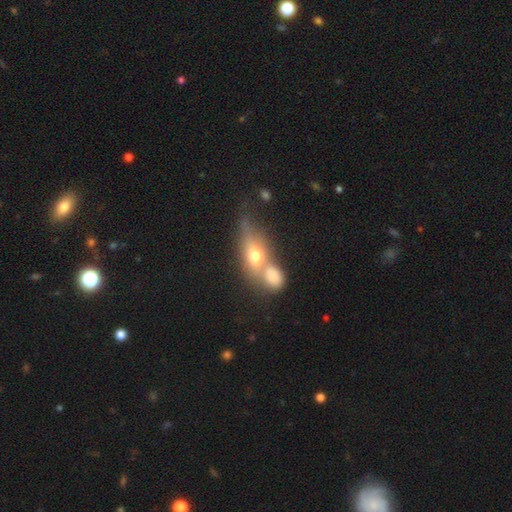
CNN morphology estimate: Smooth or featured: smooth — 58% (featured or disk — 32%)
How rounded: in between — 67% (cigar-shaped — 17%)
Merging: merger — 61% (none — 22%)